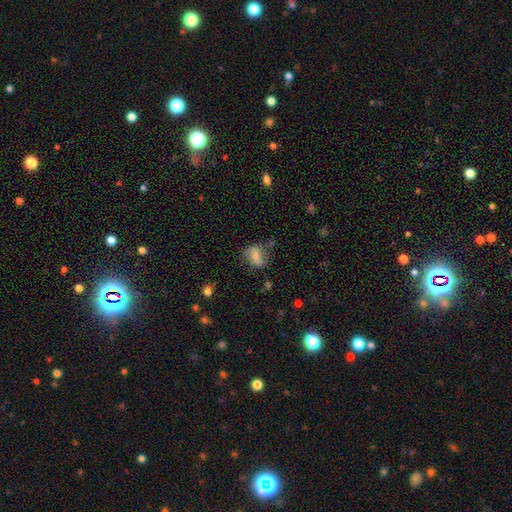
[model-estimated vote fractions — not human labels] Smooth or featured? Predicted: featured or disk (p=0.48). Merging? Predicted: none (p=0.59).